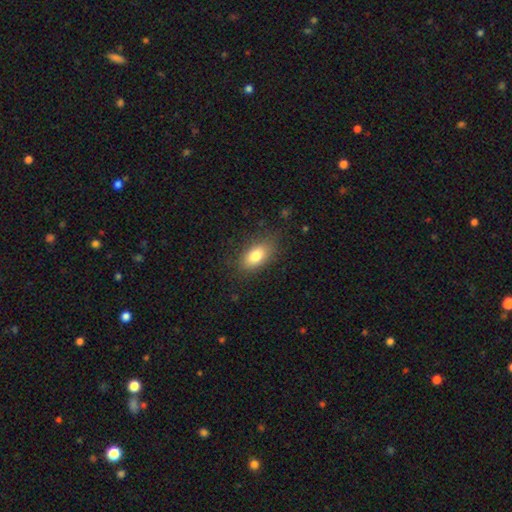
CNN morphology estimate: smooth 80%, featured or disk 11%, star or artifact 8%. Down the decision tree: how rounded — in between (89%); merging — none (80%).